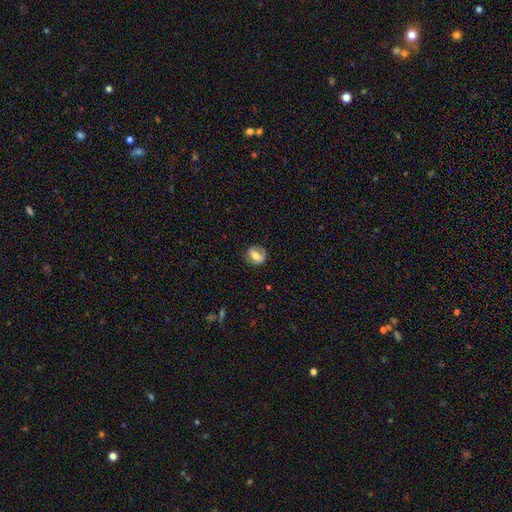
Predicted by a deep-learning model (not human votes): Smooth or featured?
  - smooth: 51% *
  - featured or disk: 40%
  - star or artifact: 9%
How rounded?
  - round: 57% *
  - in between: 40%
  - cigar-shaped: 3%
Merging?
  - none: 77% *
  - minor disturbance: 16%
  - major disturbance: 5%
  - merger: 1%